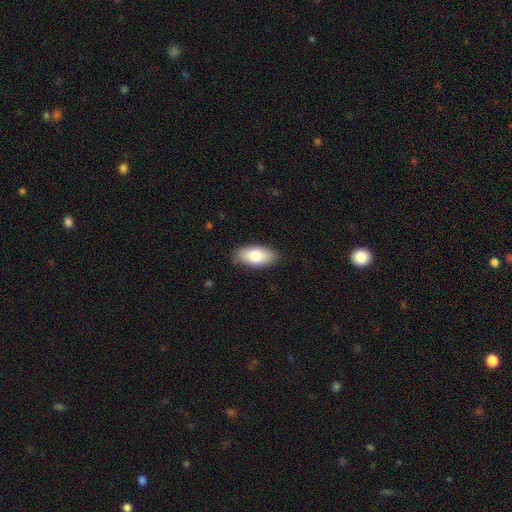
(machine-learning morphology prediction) smooth-or-featured: smooth: 78% | featured or disk: 16% | star or artifact: 6%
  how-rounded: in between: 92% | cigar-shaped: 5% | round: 3%
  merging: none: 86% | minor disturbance: 11% | major disturbance: 2% | merger: 1%